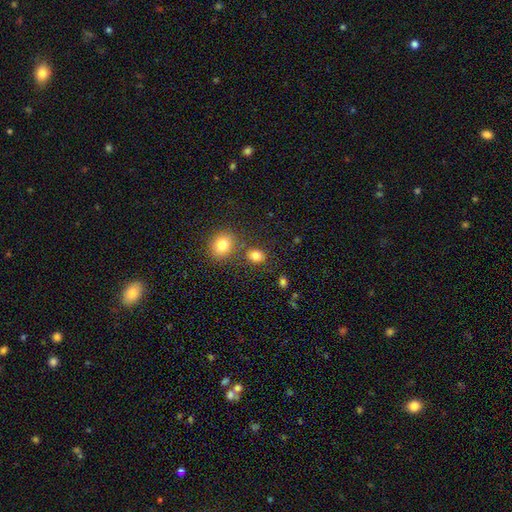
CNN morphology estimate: A smooth galaxy with no disk features (81%) that is round (54%).

Vote fractions:
- Smooth or featured? smooth: 81% / star or artifact: 12% / featured or disk: 6%
- How rounded? round: 54% / in between: 45% / cigar-shaped: 1%
- Merging? none: 73% / merger: 13% / minor disturbance: 11% / major disturbance: 4%